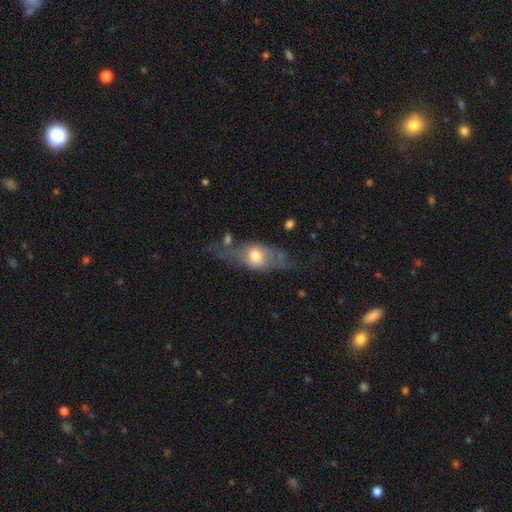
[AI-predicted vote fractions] This is possibly a smooth galaxy (50%). Merging: possibly none (46%).